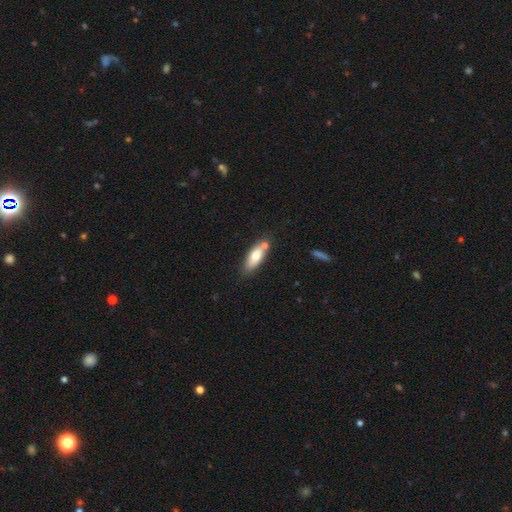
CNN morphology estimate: Overall: smooth (70%). How rounded: in between (66%; cigar-shaped 32%). Merging: none (64%).